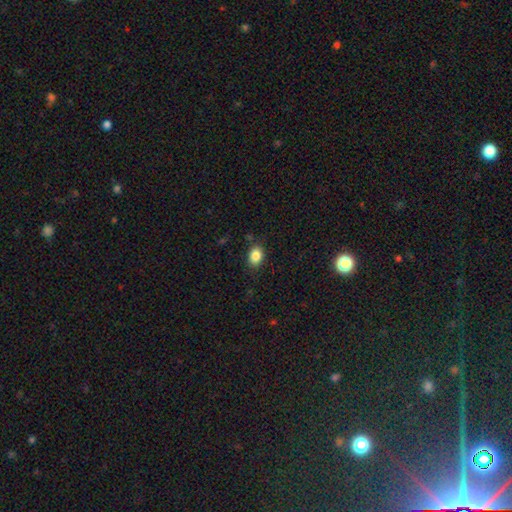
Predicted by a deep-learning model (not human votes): The model was most divided on "how rounded": in between: 72%, round: 27%, cigar-shaped: 1%. More confident: smooth or featured — smooth (86%); merging — none (85%).